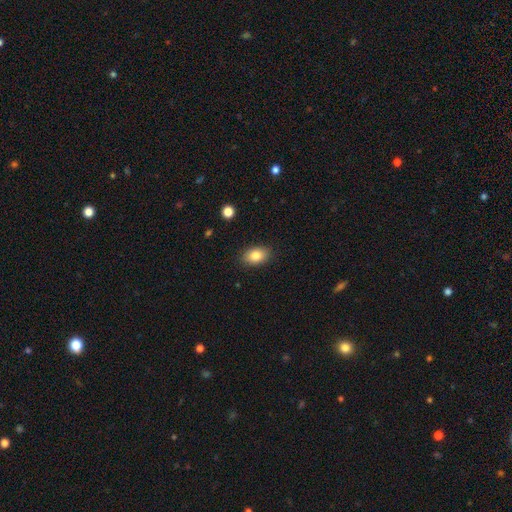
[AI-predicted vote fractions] smooth 83%, star or artifact 8%, featured or disk 8%. Down the decision tree: how rounded — in between (84%); merging — none (87%).